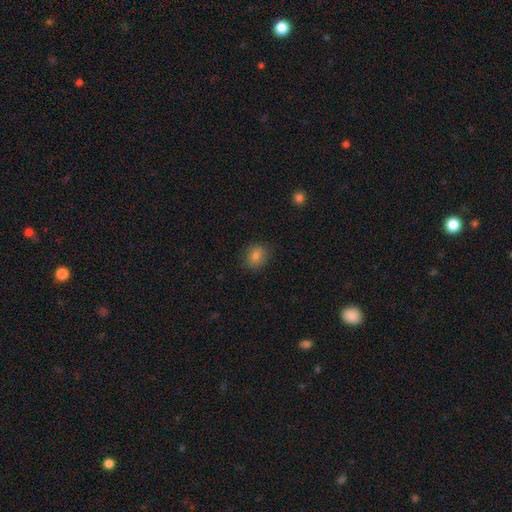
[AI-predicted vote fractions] This is likely a smooth galaxy (79%). How rounded: likely round (66%). Merging: clearly none (86%).